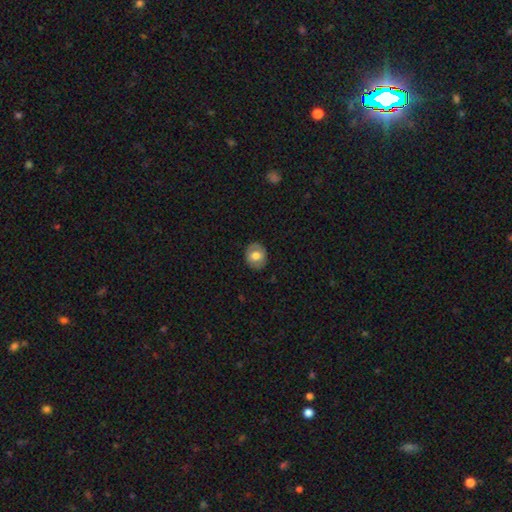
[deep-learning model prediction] Morphology: type=smooth (68%); roundness=round (65%); merging=none (86%).